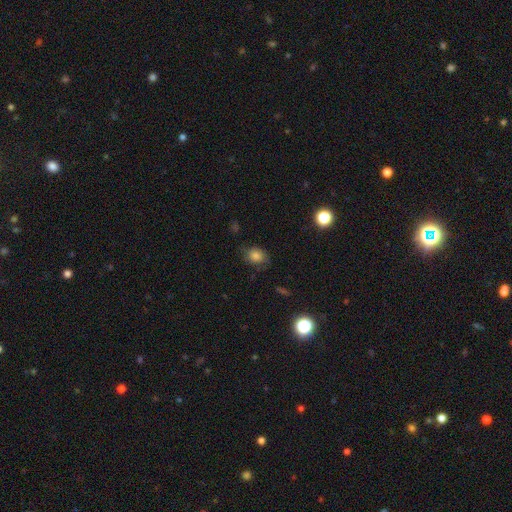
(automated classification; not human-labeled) smooth-or-featured: smooth: 77% | star or artifact: 12% | featured or disk: 11%
  how-rounded: round: 54% | in between: 45% | cigar-shaped: 1%
  merging: none: 69% | minor disturbance: 22% | major disturbance: 7% | merger: 2%